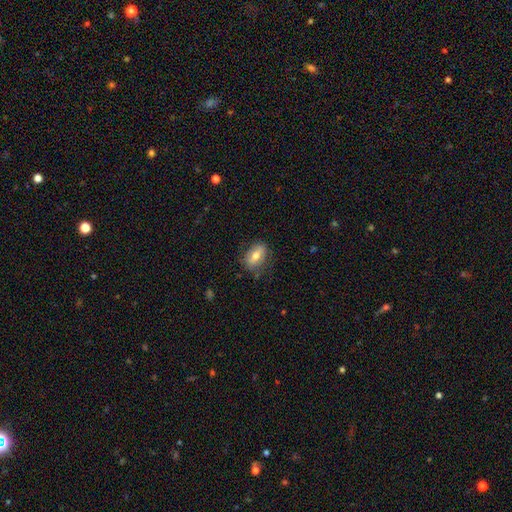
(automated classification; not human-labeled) smooth-or-featured: smooth: 63% | featured or disk: 29% | star or artifact: 8%
  how-rounded: in between: 81% | round: 14% | cigar-shaped: 5%
  merging: none: 75% | minor disturbance: 18% | major disturbance: 5% | merger: 1%